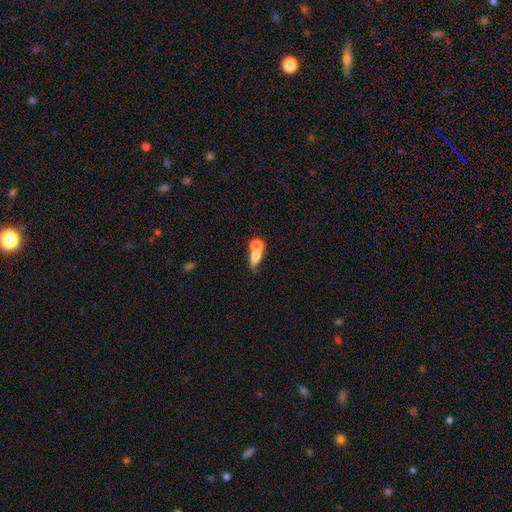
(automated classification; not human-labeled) Morphology: type=smooth (67%); roundness=in between (53%); merging=merger (61%).